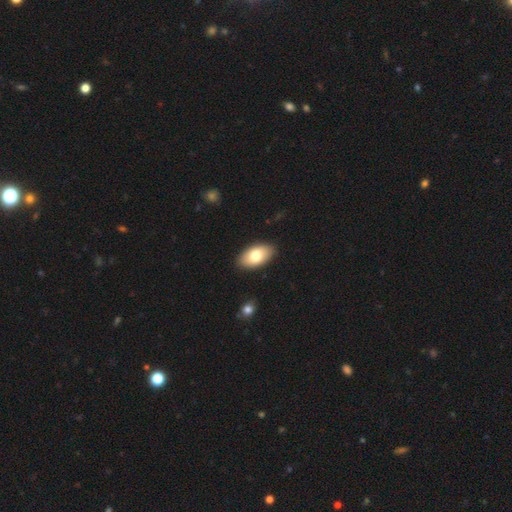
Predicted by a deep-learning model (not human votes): Smooth or featured: smooth — 76% (featured or disk — 18%)
How rounded: in between — 95% (round — 3%)
Merging: none — 89% (minor disturbance — 8%)